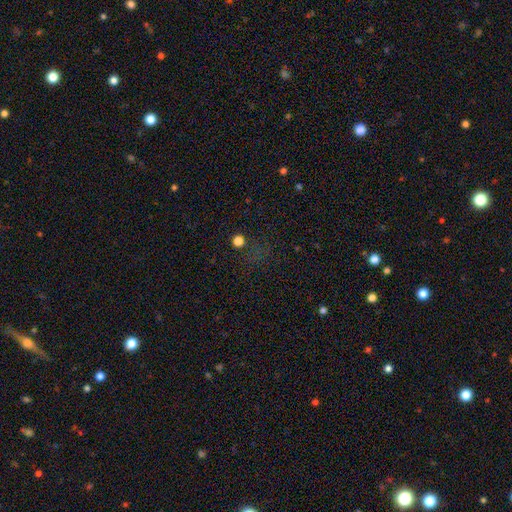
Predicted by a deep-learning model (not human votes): A star or artifact, not a galaxy (57%).